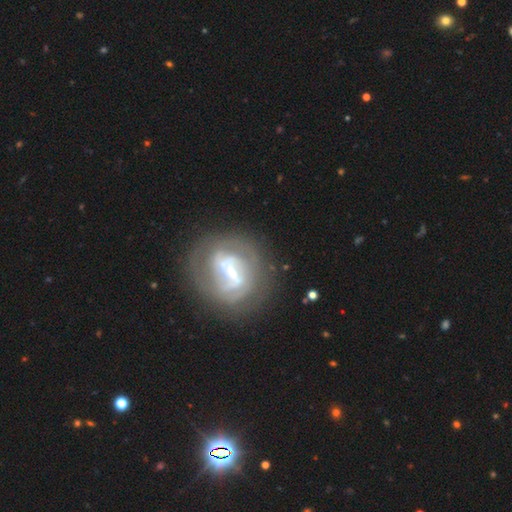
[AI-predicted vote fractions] Q: Smooth or featured?
A: featured or disk (65%); runner-up: smooth (20%)
Q: Edge-on disk?
A: no (86%); runner-up: yes (14%)
Q: Bar?
A: strong (57%); runner-up: weak (29%)
Q: Spiral arms?
A: yes (60%); runner-up: no (40%)
Q: Bulge size?
A: moderate (42%); runner-up: small (29%)
Q: Merging?
A: none (77%); runner-up: minor disturbance (13%)